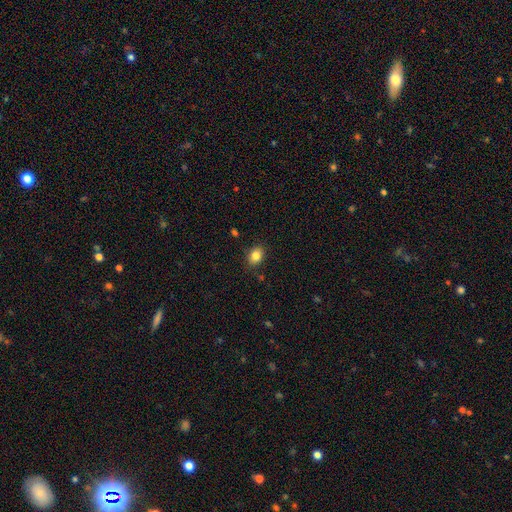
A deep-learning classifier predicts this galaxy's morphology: Smooth or featured?
  - smooth: 84% *
  - star or artifact: 10%
  - featured or disk: 6%
How rounded?
  - in between: 61% *
  - round: 38%
  - cigar-shaped: 1%
Merging?
  - none: 86% *
  - minor disturbance: 10%
  - major disturbance: 2%
  - merger: 2%